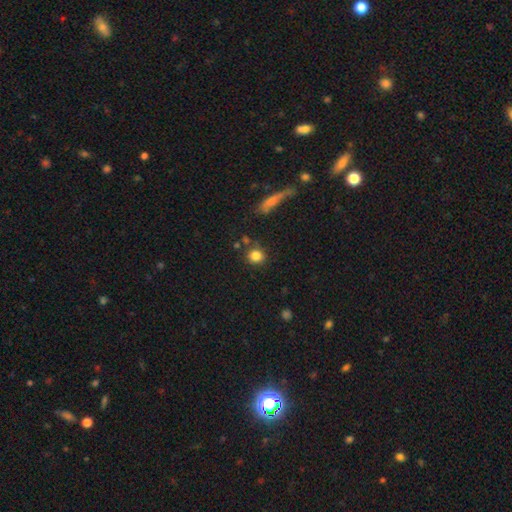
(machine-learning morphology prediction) type=smooth (83%); roundness=round (83%); merging=none (79%).